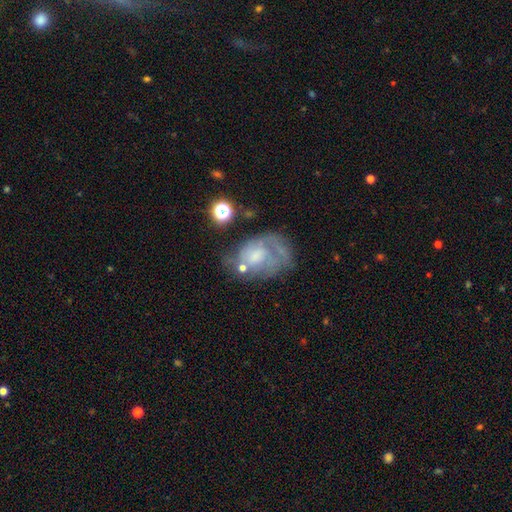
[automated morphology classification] featured or disk 61%, smooth 28%, star or artifact 10%. Down the decision tree: edge-on disk — no (97%); bar — no (69%); spiral arms — yes (64%); bulge size — moderate (32%); merging — none (40%).